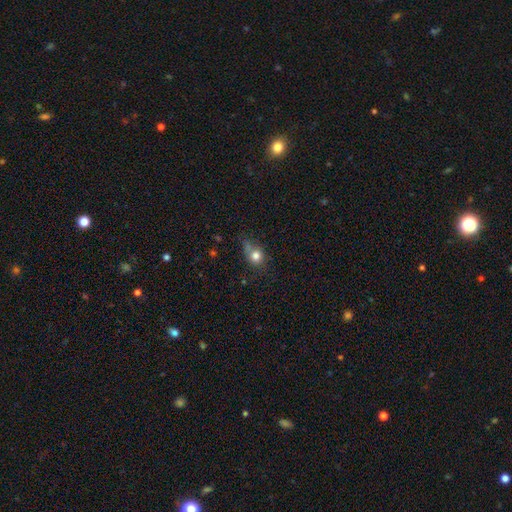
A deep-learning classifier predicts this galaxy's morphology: Smooth or featured? Predicted: smooth (p=0.80). How rounded? Predicted: round (p=0.78). Merging? Predicted: none (p=0.56).